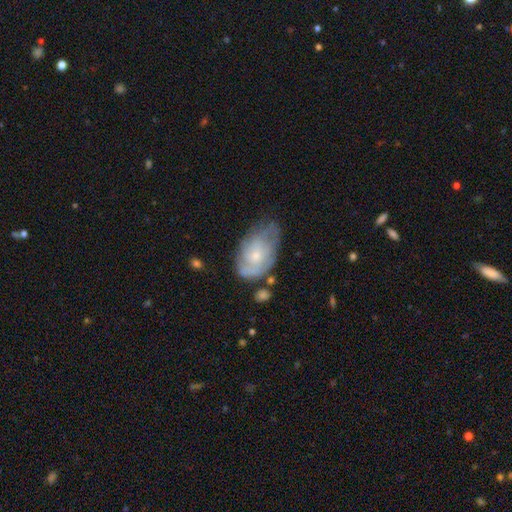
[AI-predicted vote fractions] Overall: featured or disk (57%; smooth 35%). Edge-on disk: no (95%). Bar: no (80%). Spiral arms: yes (71%). Bulge size: small (67%; moderate 28%). Merging: none (50%; minor disturbance 33%).